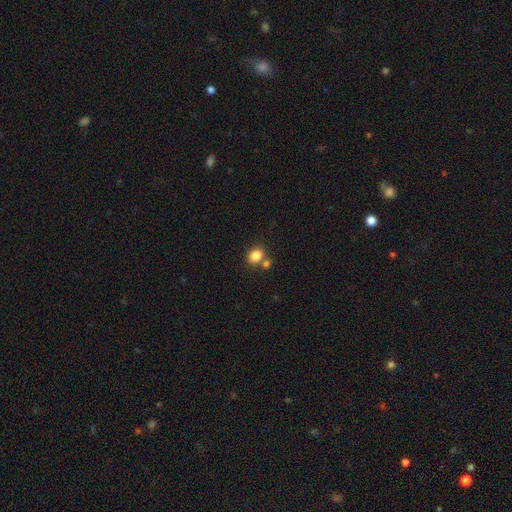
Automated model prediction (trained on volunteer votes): Smooth or featured: smooth — 84% (star or artifact — 10%)
How rounded: in between — 55% (round — 44%)
Merging: none — 64% (merger — 23%)